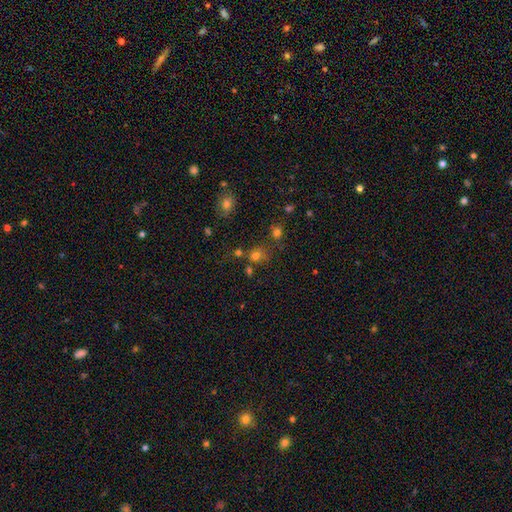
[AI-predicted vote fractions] smooth-or-featured: smooth: 70% | star or artifact: 22% | featured or disk: 8%
  how-rounded: round: 73% | in between: 26% | cigar-shaped: 1%
  merging: none: 56% | merger: 24% | minor disturbance: 13% | major disturbance: 7%